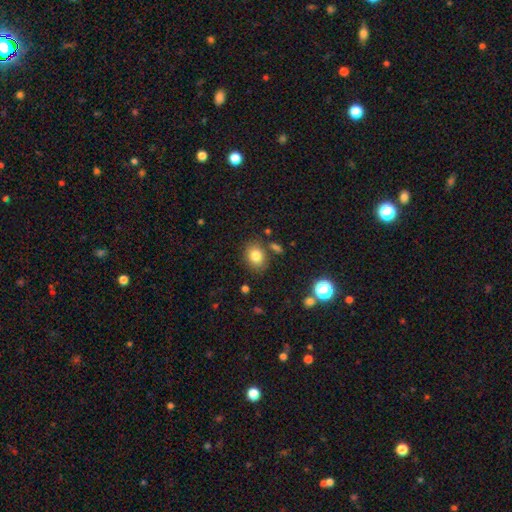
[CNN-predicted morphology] This is clearly a smooth galaxy (81%). How rounded: possibly in between (55%). Merging: likely none (78%).